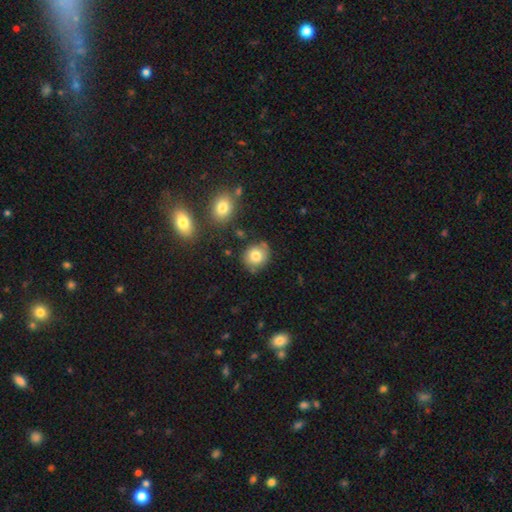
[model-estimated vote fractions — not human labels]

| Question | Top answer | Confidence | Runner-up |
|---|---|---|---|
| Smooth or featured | smooth | 78% | featured or disk (12%) |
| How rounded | round | 77% | in between (22%) |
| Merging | none | 73% | minor disturbance (18%) |